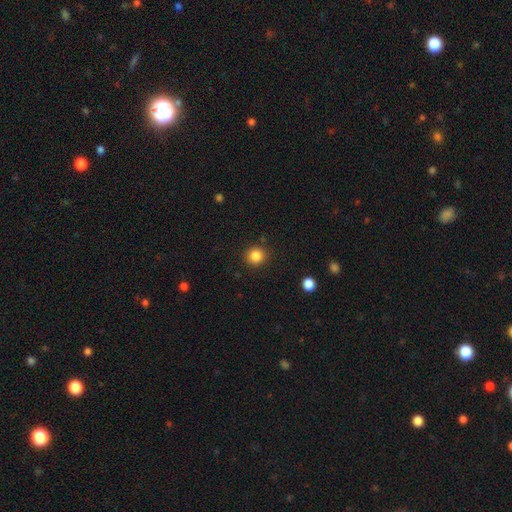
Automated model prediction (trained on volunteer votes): Smooth or featured? Predicted: smooth (p=0.85). How rounded? Predicted: round (p=0.92). Merging? Predicted: none (p=0.91).